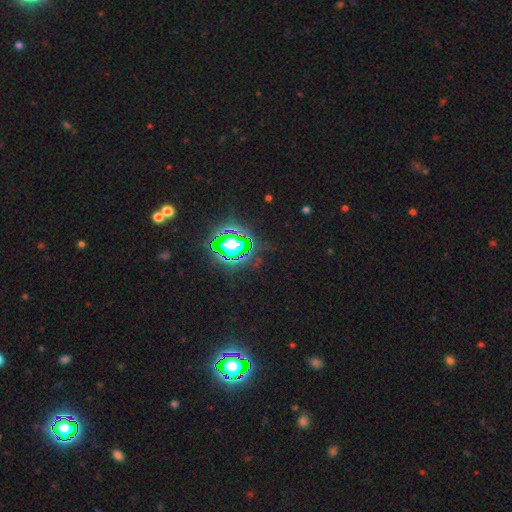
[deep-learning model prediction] This appears to be a star or artifact, not a galaxy (82%).